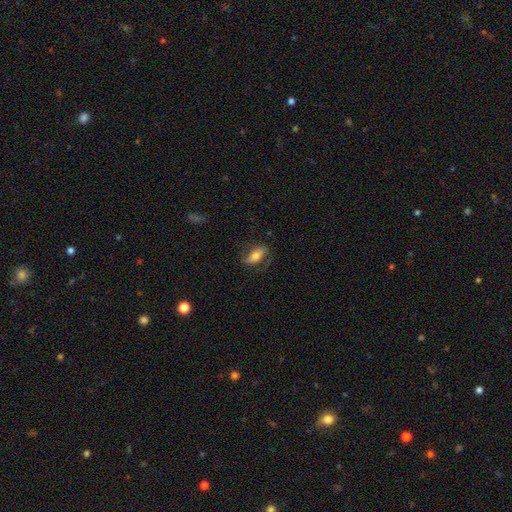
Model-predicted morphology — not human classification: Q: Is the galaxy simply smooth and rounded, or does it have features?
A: smooth — 57%.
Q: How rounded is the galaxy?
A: in between — 78%.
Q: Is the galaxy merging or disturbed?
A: none — 71%.